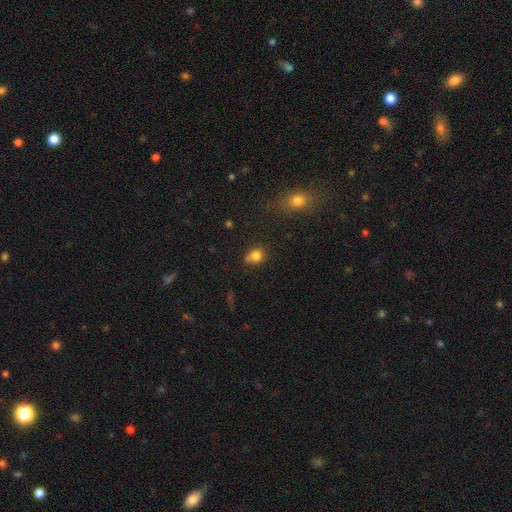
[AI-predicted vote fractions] Q: Smooth or featured?
A: smooth (79%); runner-up: star or artifact (12%)
Q: How rounded?
A: round (71%); runner-up: in between (28%)
Q: Merging?
A: none (59%); runner-up: merger (20%)